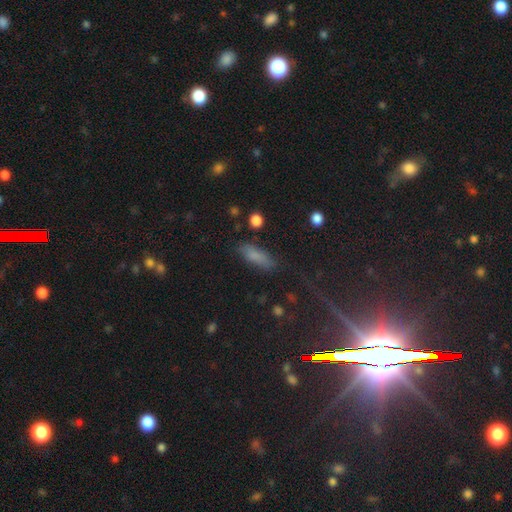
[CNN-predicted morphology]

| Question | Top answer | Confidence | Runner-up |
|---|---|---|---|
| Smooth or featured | smooth | 79% | star or artifact (11%) |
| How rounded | in between | 57% | cigar-shaped (39%) |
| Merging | none | 78% | minor disturbance (15%) |